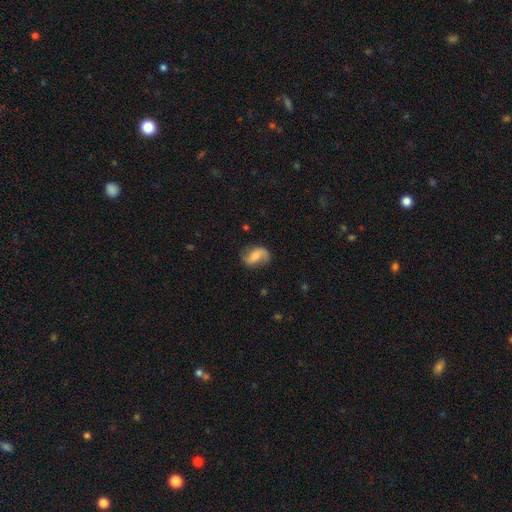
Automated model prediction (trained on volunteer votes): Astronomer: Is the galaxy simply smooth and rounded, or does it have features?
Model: featured or disk — 67%.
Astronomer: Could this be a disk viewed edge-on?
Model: no — 96%.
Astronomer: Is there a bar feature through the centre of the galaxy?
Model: no — 47% (runner-up: weak, 37%).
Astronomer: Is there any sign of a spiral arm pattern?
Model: yes — 93%.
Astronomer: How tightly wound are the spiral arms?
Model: loose — 69%.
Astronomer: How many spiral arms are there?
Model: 2 — 89%.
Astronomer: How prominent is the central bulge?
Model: small — 35%, tied with moderate at 35%.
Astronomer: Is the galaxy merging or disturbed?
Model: none — 72%.